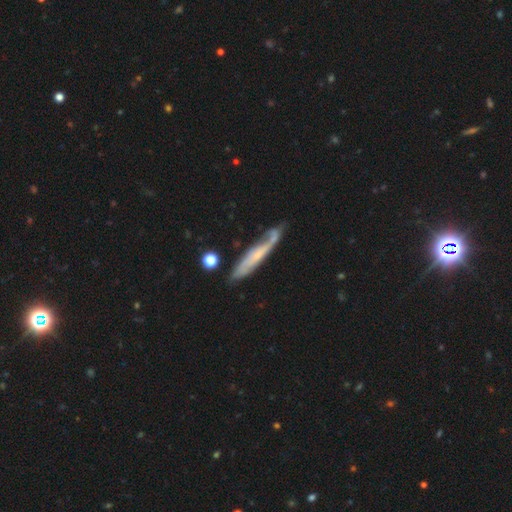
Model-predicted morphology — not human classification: Overall: featured or disk (61%; smooth 32%). Edge-on disk: yes (55%; no 45%). Merging: none (56%; minor disturbance 25%).